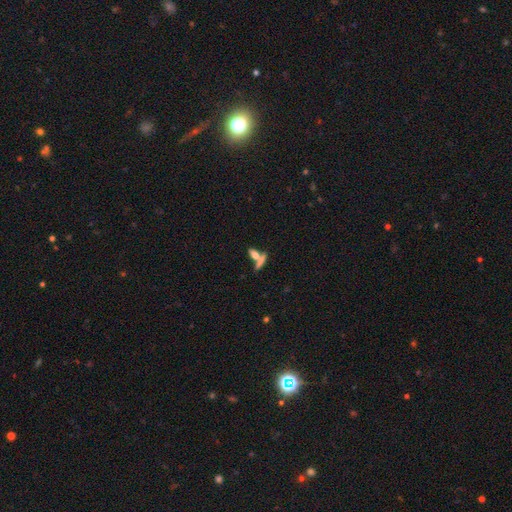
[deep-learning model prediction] Smooth or featured? smooth (64%)
How rounded? in between (51%)
Merging? merger (46%)